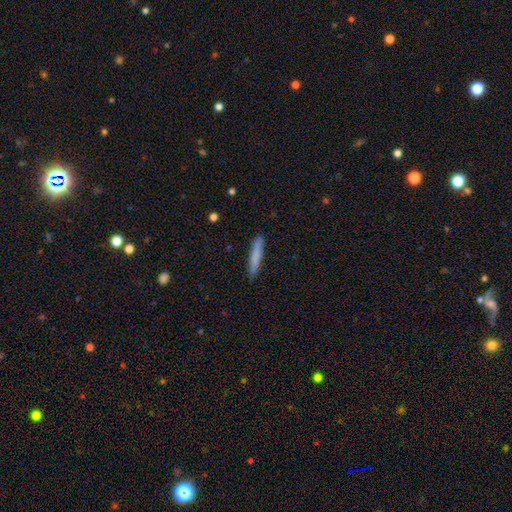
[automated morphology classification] Overall: smooth (79%). How rounded: cigar-shaped (94%). Merging: none (88%).